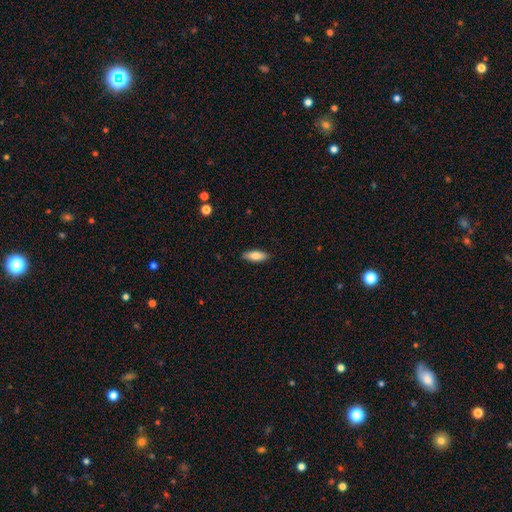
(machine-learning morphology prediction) Smooth or featured? Predicted: smooth (p=0.80). How rounded? Predicted: in between (p=0.69). Merging? Predicted: none (p=0.88).